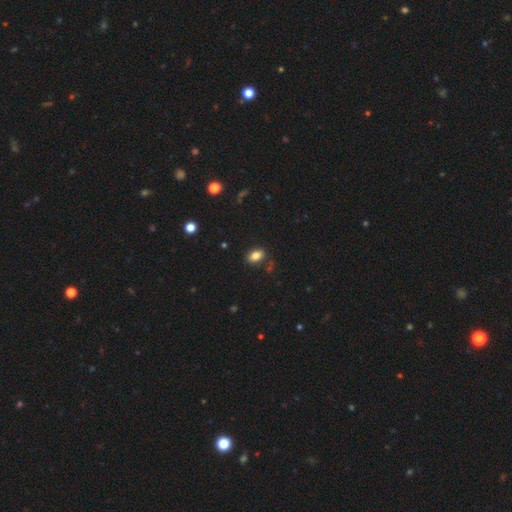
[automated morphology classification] A smooth galaxy with no disk features (83%) that is in between round and cigar-shaped (87%).

Vote fractions:
- Smooth or featured? smooth: 83% / star or artifact: 10% / featured or disk: 7%
- How rounded? in between: 87% / round: 12% / cigar-shaped: 2%
- Merging? none: 84% / minor disturbance: 11% / merger: 3% / major disturbance: 2%